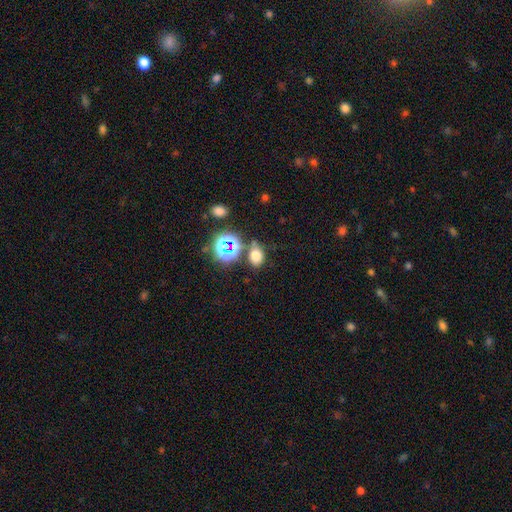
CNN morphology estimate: The model was most divided on "how rounded": in between: 61%, round: 38%, cigar-shaped: 1%. More confident: smooth or featured — smooth (68%); merging — none (68%).